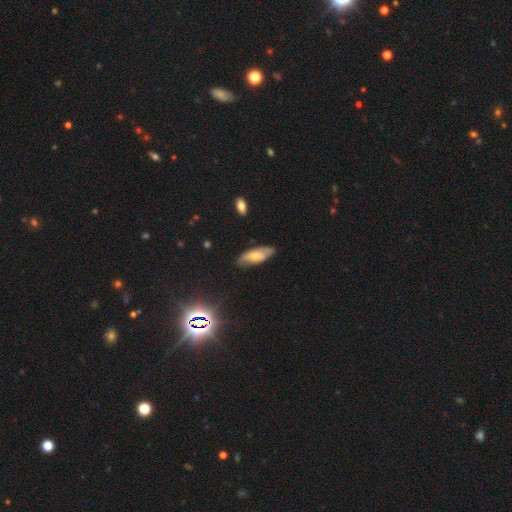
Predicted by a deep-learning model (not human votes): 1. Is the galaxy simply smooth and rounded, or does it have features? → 52% smooth, 40% featured or disk, 8% star or artifact.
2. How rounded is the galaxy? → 75% in between, 22% cigar-shaped, 2% round.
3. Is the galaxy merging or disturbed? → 73% none, 22% minor disturbance, 4% major disturbance, 2% merger.